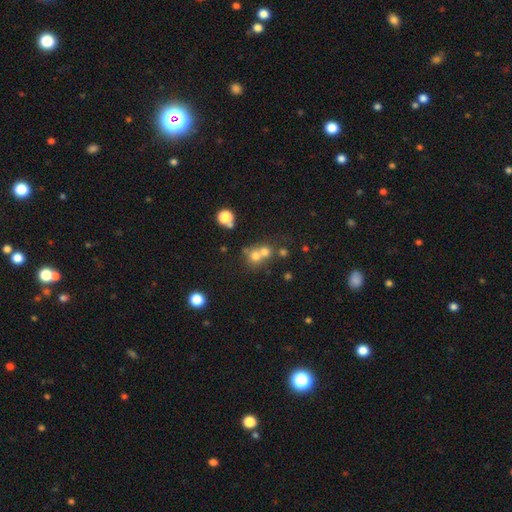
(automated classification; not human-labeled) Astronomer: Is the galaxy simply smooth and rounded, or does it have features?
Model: smooth — 67%.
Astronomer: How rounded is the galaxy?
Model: round — 82%.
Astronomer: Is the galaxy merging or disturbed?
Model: merger — 53% (runner-up: none, 37%).